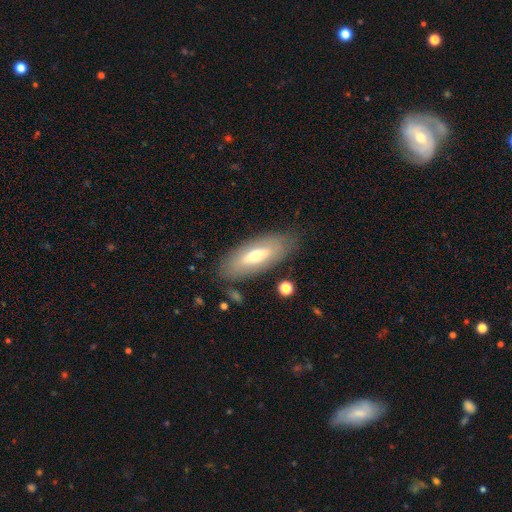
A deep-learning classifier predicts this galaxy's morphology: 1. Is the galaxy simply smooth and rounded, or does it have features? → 50% smooth, 43% featured or disk, 7% star or artifact.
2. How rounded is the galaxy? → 72% in between, 26% cigar-shaped, 2% round.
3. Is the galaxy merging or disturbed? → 81% none, 13% minor disturbance, 4% major disturbance, 2% merger.